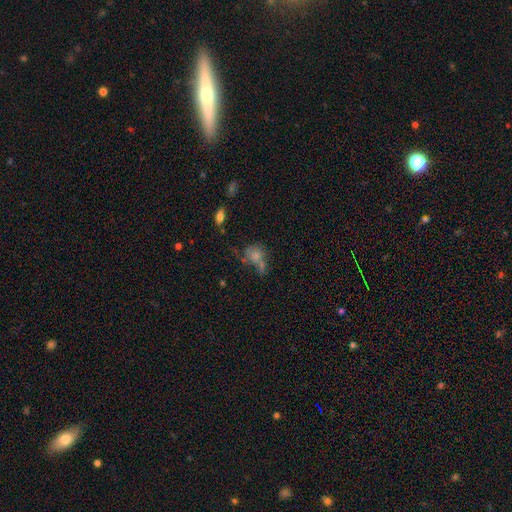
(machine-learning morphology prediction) This appears to be a smooth galaxy with no disk features (55%) that is round (53%). Merging: none (34%).